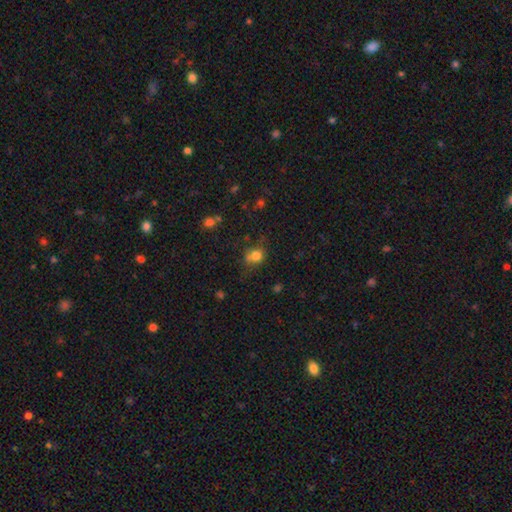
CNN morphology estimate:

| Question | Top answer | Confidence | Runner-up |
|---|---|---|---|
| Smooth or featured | smooth | 78% | star or artifact (13%) |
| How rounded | round | 65% | in between (34%) |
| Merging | none | 56% | minor disturbance (26%) |